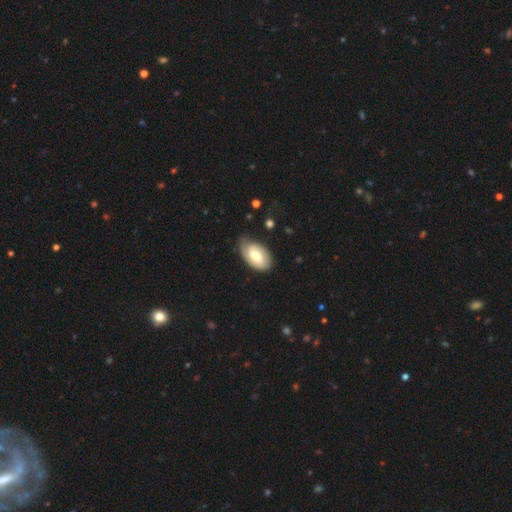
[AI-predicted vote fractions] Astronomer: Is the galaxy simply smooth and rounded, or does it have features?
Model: smooth — 49% (runner-up: featured or disk, 45%).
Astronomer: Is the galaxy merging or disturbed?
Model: none — 61%.